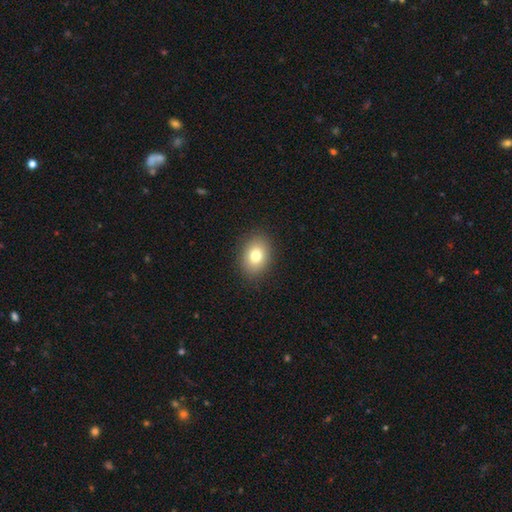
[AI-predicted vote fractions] Smooth or featured? smooth (79%)
How rounded? in between (65%)
Merging? none (89%)